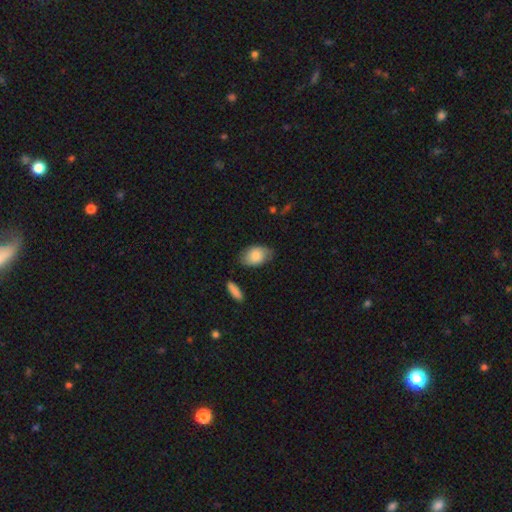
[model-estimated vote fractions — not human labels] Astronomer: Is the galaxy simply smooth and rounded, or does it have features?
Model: smooth — 78%.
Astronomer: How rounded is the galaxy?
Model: in between — 89%.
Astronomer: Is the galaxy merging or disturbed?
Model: none — 69%.